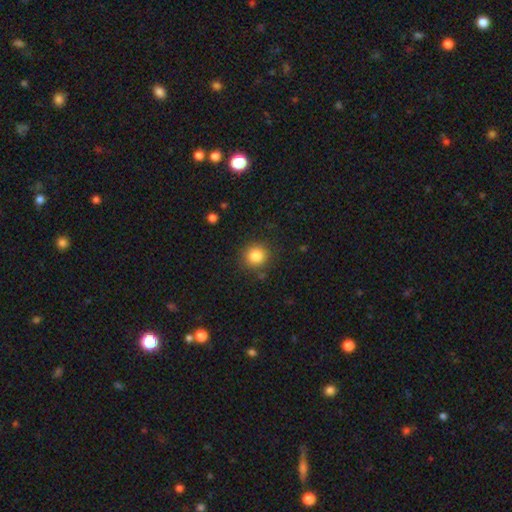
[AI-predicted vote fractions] Smooth or featured?
  - smooth: 84% *
  - star or artifact: 11%
  - featured or disk: 5%
How rounded?
  - round: 91% *
  - in between: 8%
  - cigar-shaped: 1%
Merging?
  - none: 87% *
  - minor disturbance: 9%
  - major disturbance: 3%
  - merger: 2%